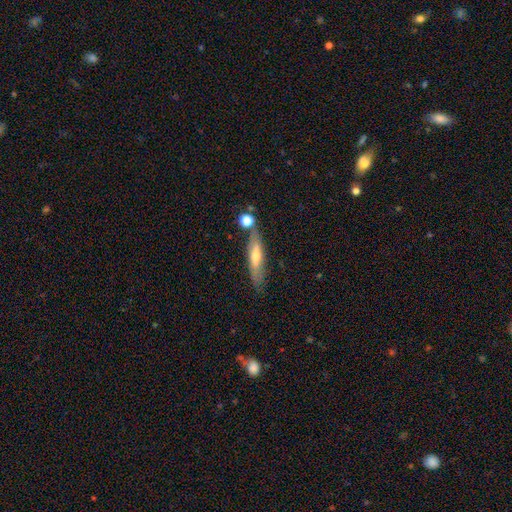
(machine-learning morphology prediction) Overall: featured or disk (50%; smooth 42%). Merging: none (70%).